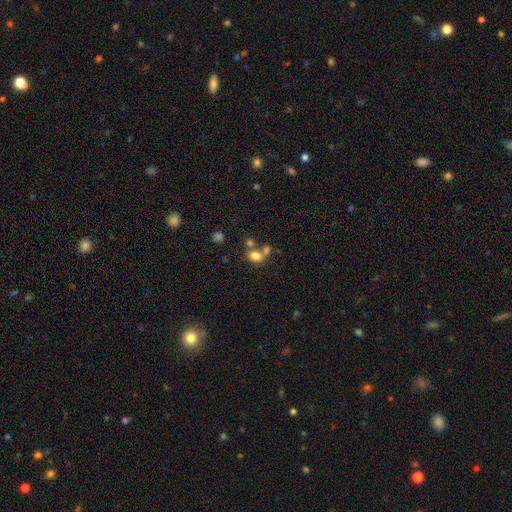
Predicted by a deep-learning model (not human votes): This is likely a smooth galaxy (76%). How rounded: possibly in between (53%). Merging: marginally none (43%).